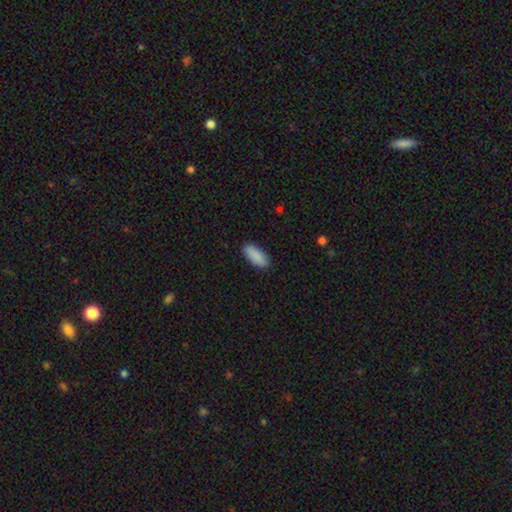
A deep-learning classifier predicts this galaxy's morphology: A smooth galaxy with no disk features (90%) that is in between round and cigar-shaped (86%). Merging: none (87%).